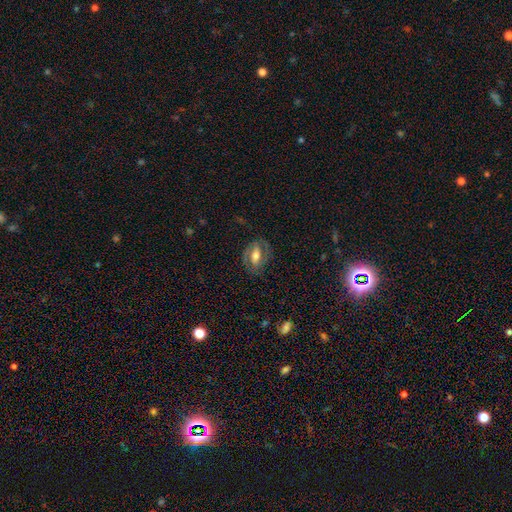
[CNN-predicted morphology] smooth_or_featured: featured or disk (p=0.58) [alt: smooth p=0.35]
disk_edge_on: no (p=0.89) [alt: yes p=0.11]
bar: strong (p=0.40) [alt: weak p=0.31]
has_spiral_arms: yes (p=0.62) [alt: no p=0.38]
bulge_size: moderate (p=0.60) [alt: large p=0.22]
merging: none (p=0.73) [alt: minor disturbance p=0.16]